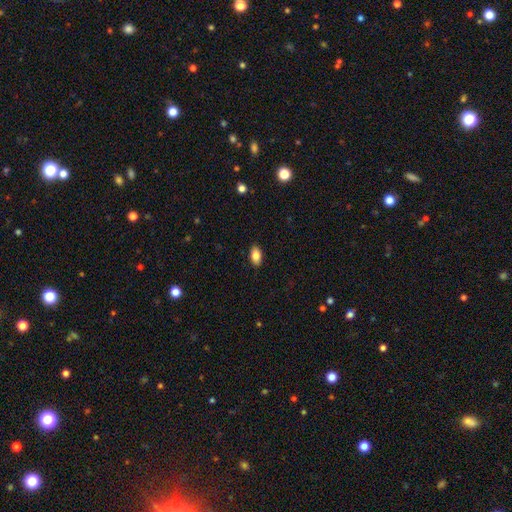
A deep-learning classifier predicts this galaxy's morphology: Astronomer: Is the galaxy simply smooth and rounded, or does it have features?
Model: smooth — 84%.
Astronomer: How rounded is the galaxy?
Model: in between — 92%.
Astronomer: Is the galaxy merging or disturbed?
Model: none — 89%.